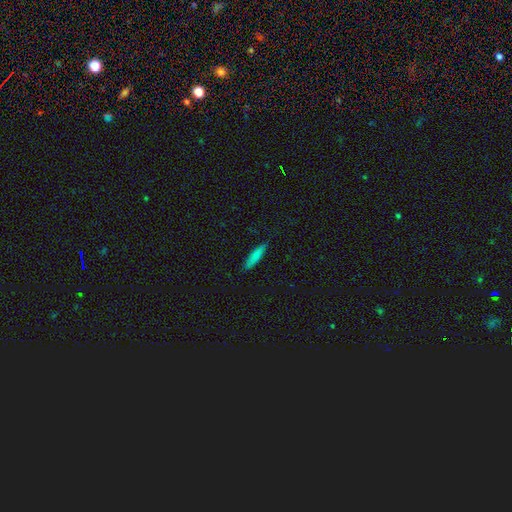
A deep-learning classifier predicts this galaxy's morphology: Smooth or featured?
  - smooth: 77% *
  - featured or disk: 16%
  - star or artifact: 7%
How rounded?
  - cigar-shaped: 83% *
  - in between: 15%
  - round: 2%
Merging?
  - none: 85% *
  - minor disturbance: 12%
  - major disturbance: 2%
  - merger: 1%